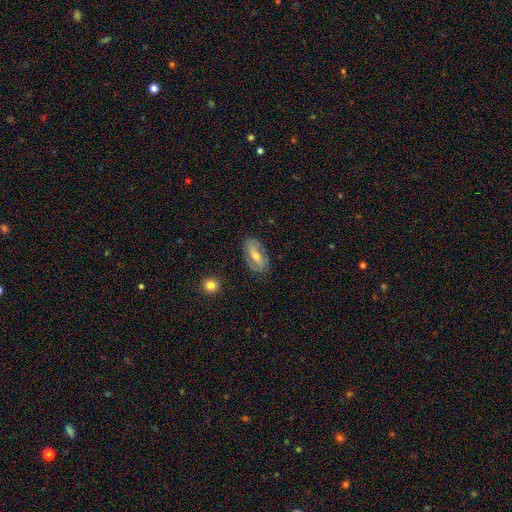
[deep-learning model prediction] Smooth or featured? featured or disk (59%)
Edge-on disk? no (88%)
Bar? weak (40%)
Spiral arms? yes (68%)
Bulge size? moderate (54%)
Merging? none (82%)